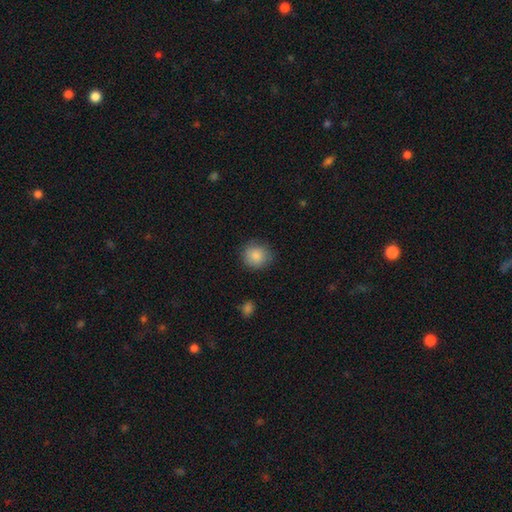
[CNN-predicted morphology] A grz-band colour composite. It shows a smooth galaxy with no disk features (87%) that is round (89%). Merging: none (84%).